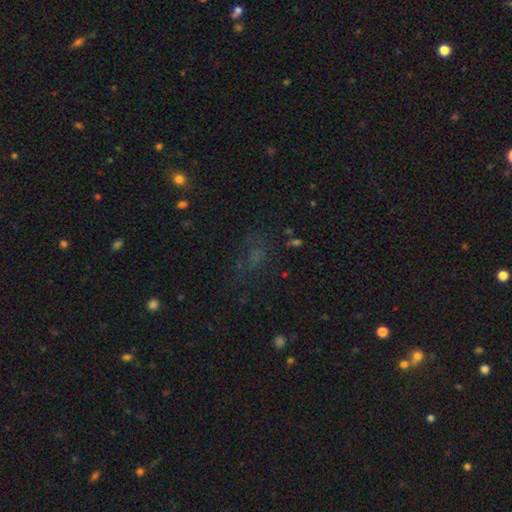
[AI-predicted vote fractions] This is marginally a star or artifact rather than a galaxy (40%).